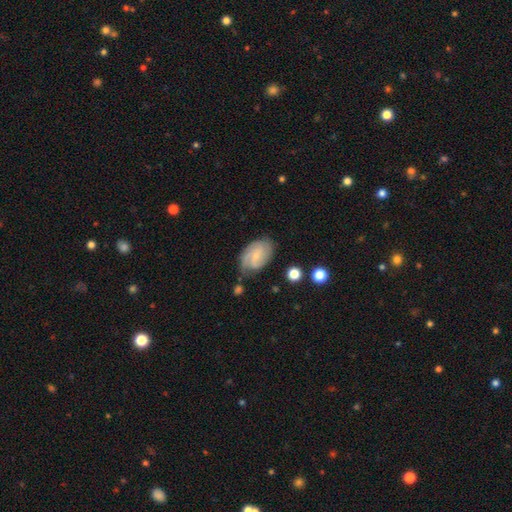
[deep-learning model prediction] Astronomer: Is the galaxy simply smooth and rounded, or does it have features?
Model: featured or disk — 62%.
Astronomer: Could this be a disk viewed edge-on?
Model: no — 96%.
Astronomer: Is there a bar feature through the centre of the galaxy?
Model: no — 51% (runner-up: weak, 41%).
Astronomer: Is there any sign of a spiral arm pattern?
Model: yes — 89%.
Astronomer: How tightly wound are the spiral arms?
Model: tight — 45% (runner-up: medium, 39%).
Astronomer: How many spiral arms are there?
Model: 2 — 46% (runner-up: can't tell, 29%).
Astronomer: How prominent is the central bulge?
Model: small — 73%.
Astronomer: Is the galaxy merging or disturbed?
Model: none — 66%.